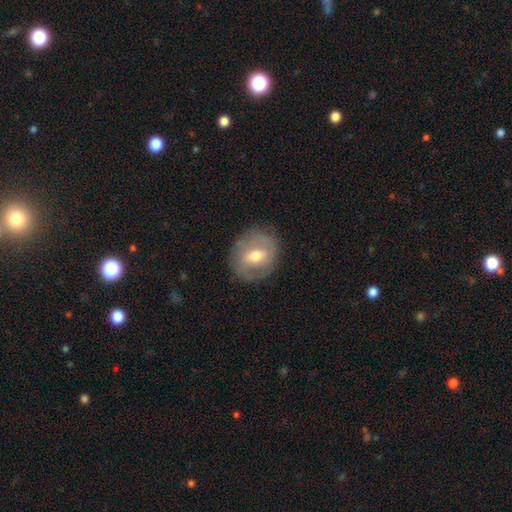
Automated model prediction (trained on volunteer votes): Smooth or featured?
  - featured or disk: 53% *
  - smooth: 40%
  - star or artifact: 7%
Edge-on disk?
  - no: 94% *
  - yes: 6%
Merging?
  - none: 81% *
  - minor disturbance: 13%
  - major disturbance: 5%
  - merger: 1%